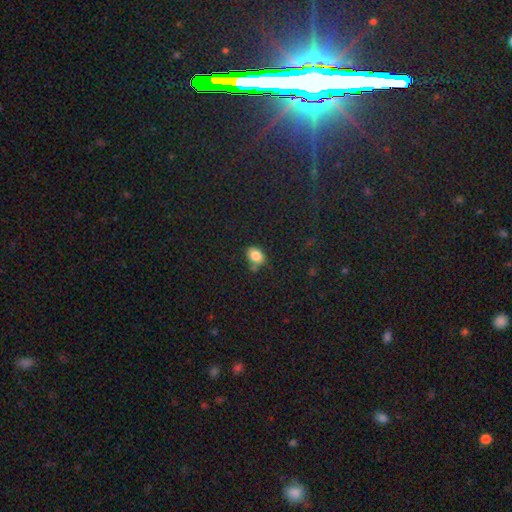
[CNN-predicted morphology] smooth-or-featured: smooth: 83% | star or artifact: 10% | featured or disk: 7%
  how-rounded: in between: 64% | round: 34% | cigar-shaped: 1%
  merging: none: 63% | minor disturbance: 21% | merger: 11% | major disturbance: 5%